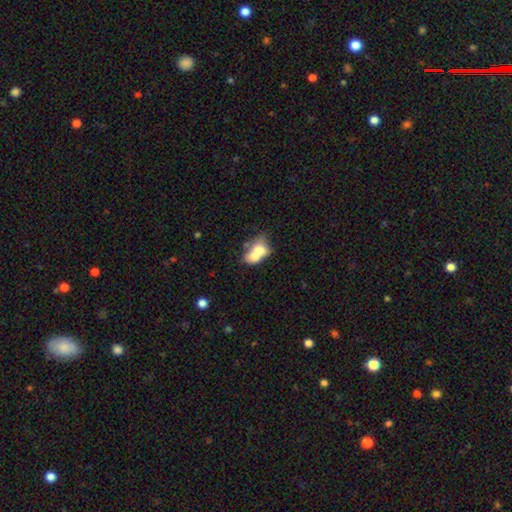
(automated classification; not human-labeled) smooth 63%, featured or disk 29%, star or artifact 9%. Down the decision tree: how rounded — in between (75%); merging — merger (64%).